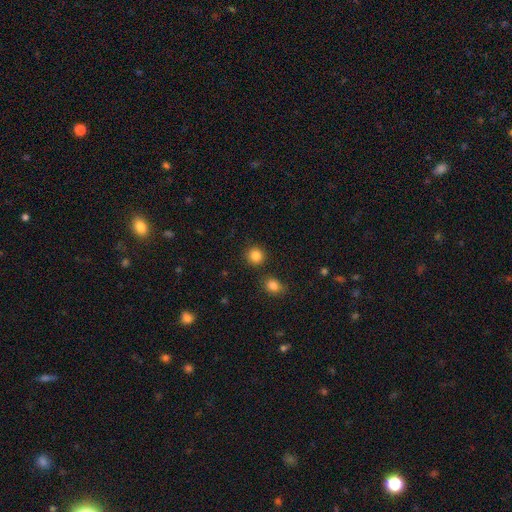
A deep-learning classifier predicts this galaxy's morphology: smooth_or_featured: smooth (p=0.86) [alt: star or artifact p=0.11]
how_rounded: round (p=0.92) [alt: in between p=0.08]
merging: none (p=0.87) [alt: minor disturbance p=0.06]